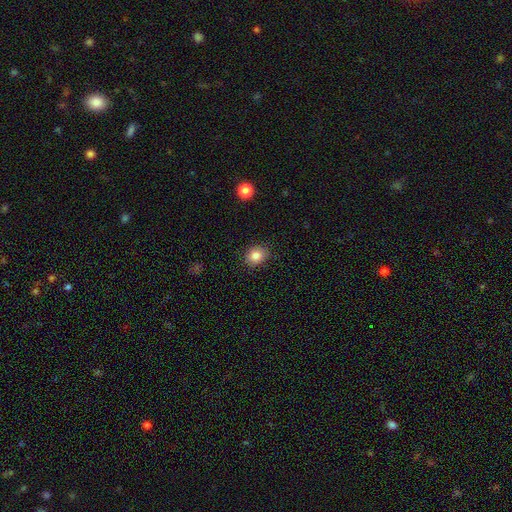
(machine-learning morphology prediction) type=smooth (84%); roundness=round (63%); merging=none (86%).